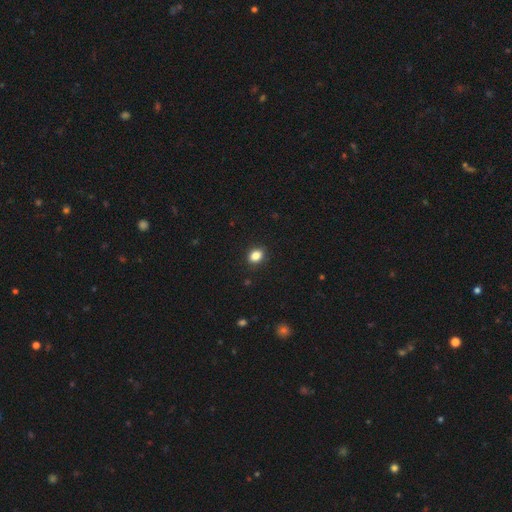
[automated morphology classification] smooth-or-featured: smooth: 85% | star or artifact: 10% | featured or disk: 5%
  how-rounded: in between: 61% | round: 37% | cigar-shaped: 1%
  merging: none: 89% | minor disturbance: 8% | major disturbance: 2% | merger: 1%